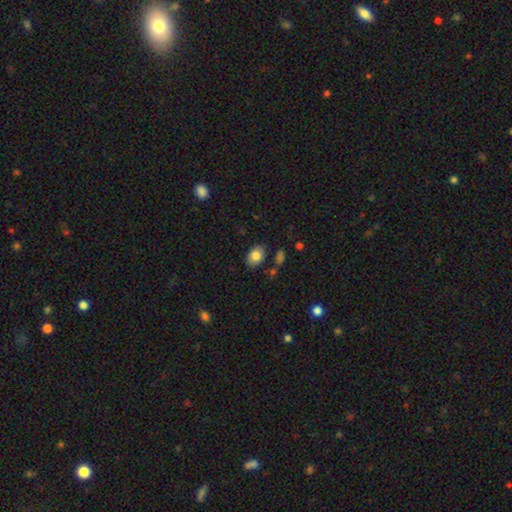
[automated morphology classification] smooth 82%, featured or disk 10%, star or artifact 8%. Down the decision tree: how rounded — in between (80%); merging — none (82%).